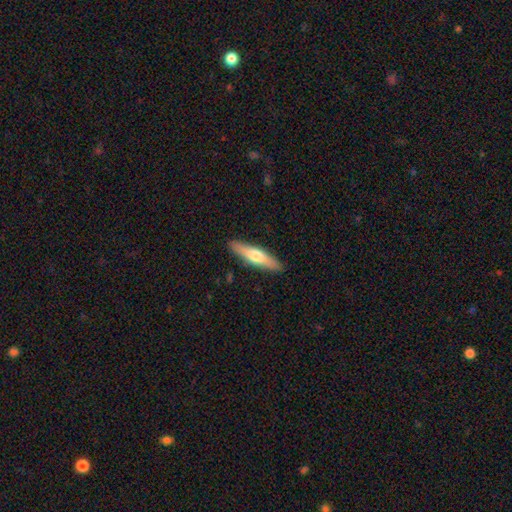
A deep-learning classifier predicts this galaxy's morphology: Smooth or featured?
  - smooth: 58% *
  - featured or disk: 37%
  - star or artifact: 5%
How rounded?
  - cigar-shaped: 79% *
  - in between: 20%
  - round: 2%
Merging?
  - none: 90% *
  - minor disturbance: 8%
  - major disturbance: 2%
  - merger: 1%